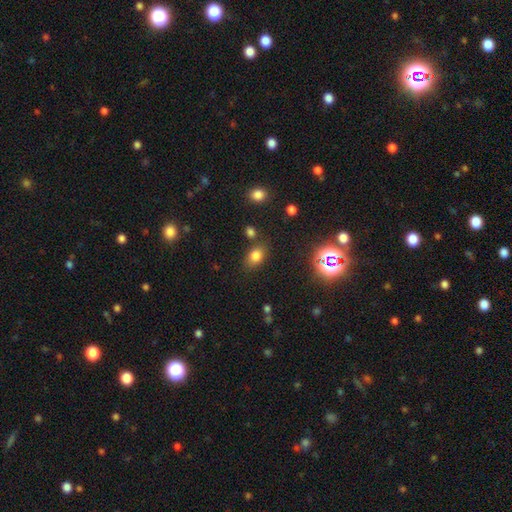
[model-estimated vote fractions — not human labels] Overall: smooth (75%). How rounded: in between (67%; round 32%). Merging: none (75%).